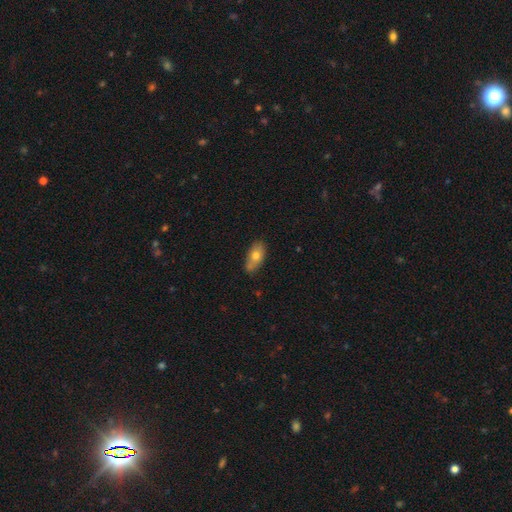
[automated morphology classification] smooth 71%, featured or disk 22%, star or artifact 7%. Down the decision tree: how rounded — in between (86%); merging — none (72%).